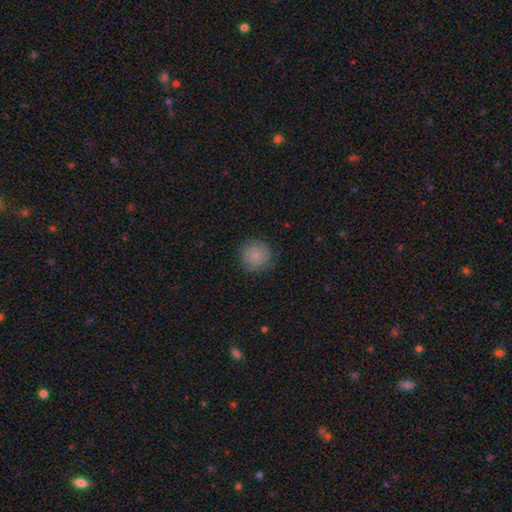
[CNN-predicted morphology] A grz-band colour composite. It shows a smooth galaxy with no disk features (78%) that is round (94%). Merging: none (85%).